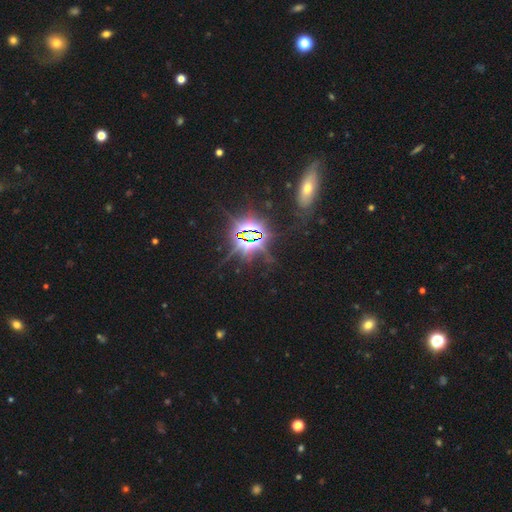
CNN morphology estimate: This appears to be a star or artifact, not a galaxy (77%).